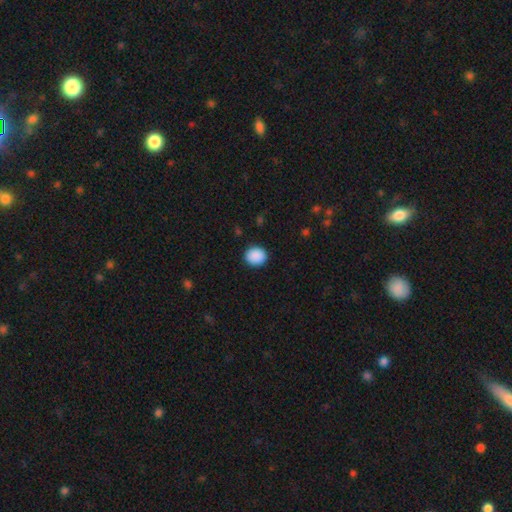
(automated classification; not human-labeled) smooth-or-featured: smooth: 90% | star or artifact: 8% | featured or disk: 2%
  how-rounded: round: 77% | in between: 22% | cigar-shaped: 1%
  merging: none: 91% | minor disturbance: 6% | major disturbance: 2% | merger: 1%